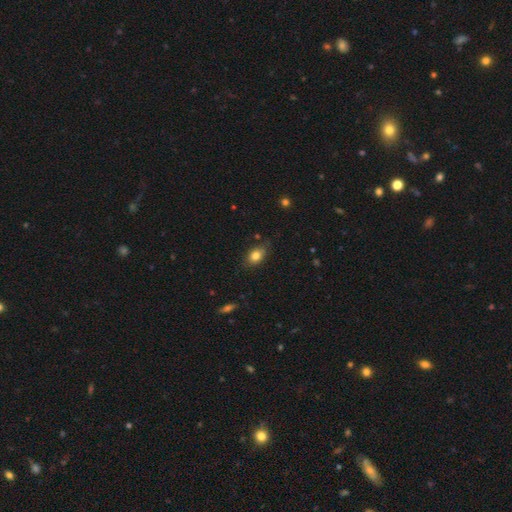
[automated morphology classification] Q: Smooth or featured?
A: smooth (80%); runner-up: featured or disk (10%)
Q: How rounded?
A: in between (75%); runner-up: round (23%)
Q: Merging?
A: none (74%); runner-up: minor disturbance (20%)